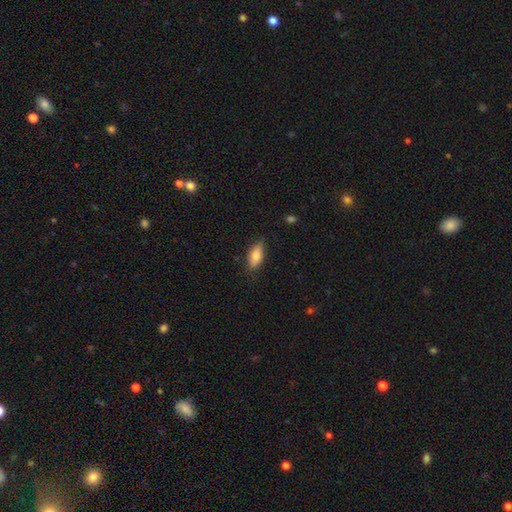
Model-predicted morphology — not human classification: This is likely a smooth galaxy (79%). How rounded: clearly in between (82%). Merging: likely none (78%).